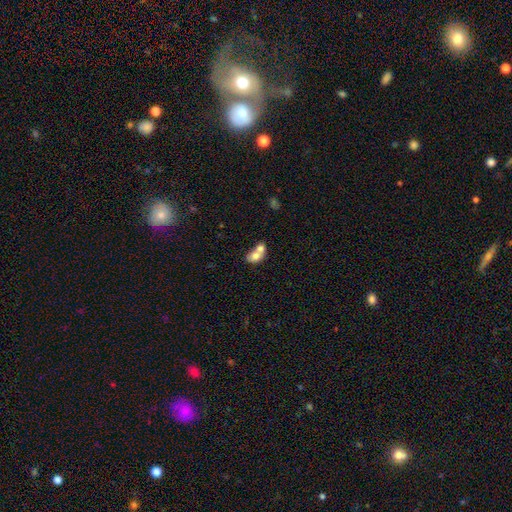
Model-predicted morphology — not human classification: The model was most divided on "how rounded": in between: 61%, round: 37%, cigar-shaped: 1%. More confident: merging — merger (74%); smooth or featured — smooth (69%).